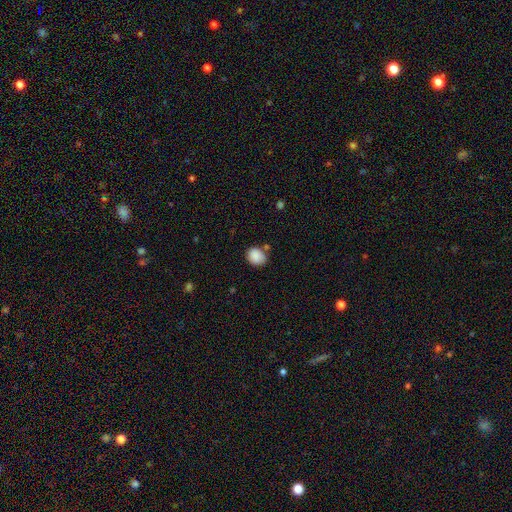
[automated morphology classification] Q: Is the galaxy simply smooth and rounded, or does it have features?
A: smooth — 88%.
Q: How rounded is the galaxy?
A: round — 59%.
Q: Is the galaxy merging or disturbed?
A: none — 70%.